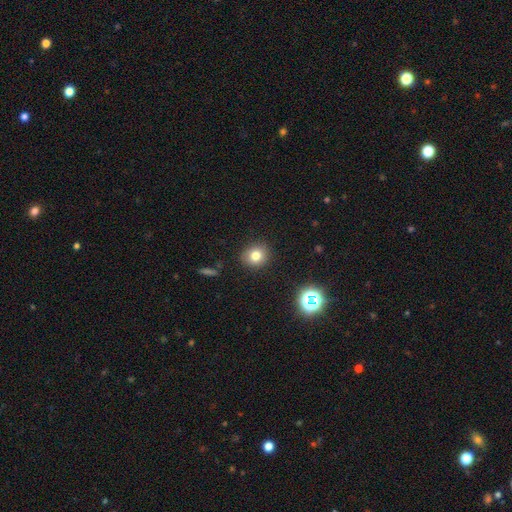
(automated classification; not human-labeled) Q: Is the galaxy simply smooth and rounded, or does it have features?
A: smooth — 77%.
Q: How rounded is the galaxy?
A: round — 83%.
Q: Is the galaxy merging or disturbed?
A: none — 89%.